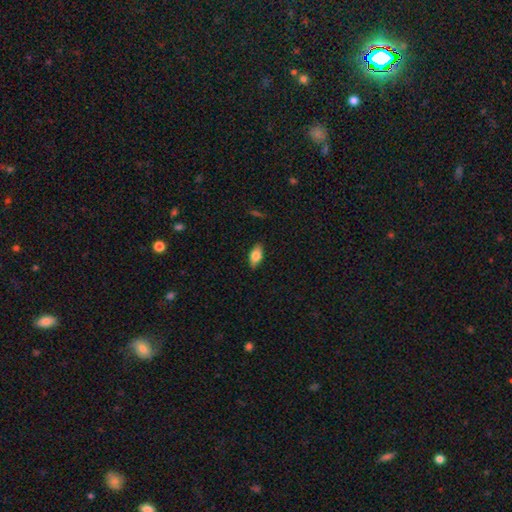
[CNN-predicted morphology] type=smooth (75%); roundness=in between (87%); merging=none (85%).